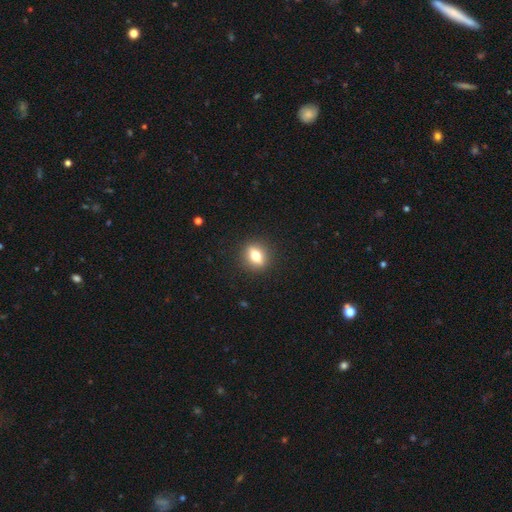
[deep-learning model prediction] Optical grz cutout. It shows a smooth galaxy with no disk features (60%) that is in between round and cigar-shaped (47%). Merging: none (90%).